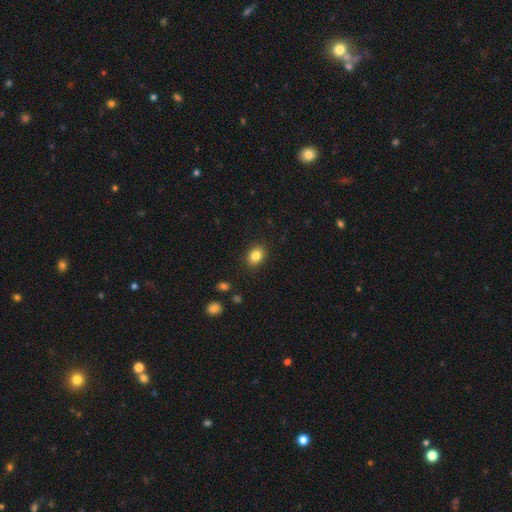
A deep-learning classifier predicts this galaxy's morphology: Smooth or featured: smooth — 84% (star or artifact — 10%)
How rounded: in between — 61% (round — 38%)
Merging: none — 88% (minor disturbance — 8%)